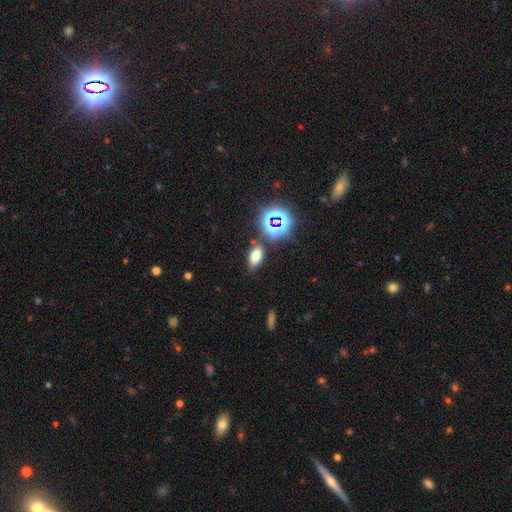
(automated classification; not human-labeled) This appears to be a smooth galaxy with no disk features (66%) that is in between round and cigar-shaped (83%). Merging: none (78%).